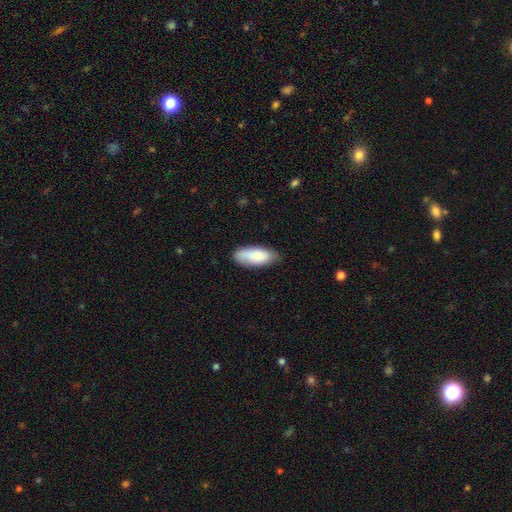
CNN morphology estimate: This is clearly a smooth galaxy (82%). How rounded: clearly in between (81%). Merging: likely none (73%).